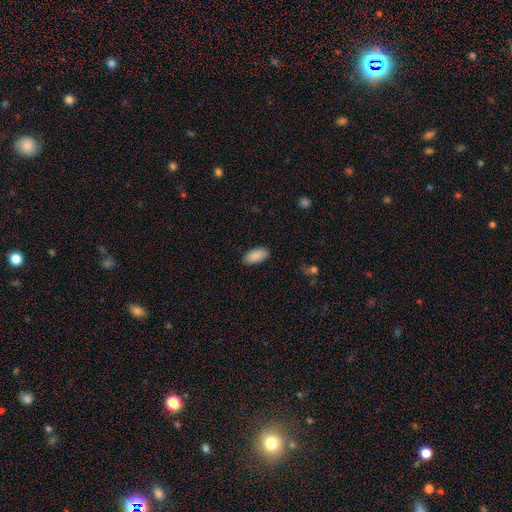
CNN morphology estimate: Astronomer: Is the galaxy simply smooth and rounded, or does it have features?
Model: smooth — 89%.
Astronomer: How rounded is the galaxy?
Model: in between — 93%.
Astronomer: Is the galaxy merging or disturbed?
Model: none — 86%.